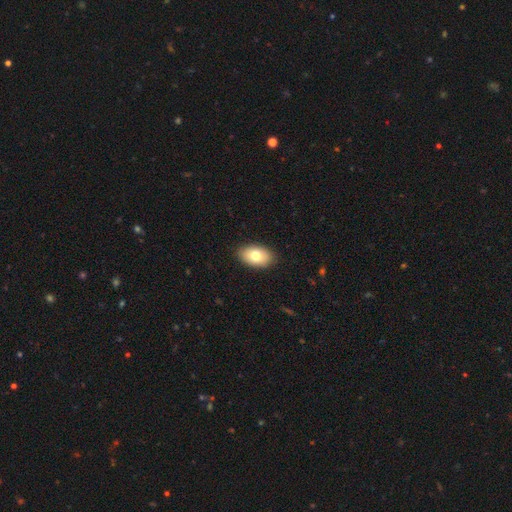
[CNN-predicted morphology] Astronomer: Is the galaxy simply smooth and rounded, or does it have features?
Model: smooth — 76%.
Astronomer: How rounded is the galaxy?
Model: in between — 91%.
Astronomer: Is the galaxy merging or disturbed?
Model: none — 88%.